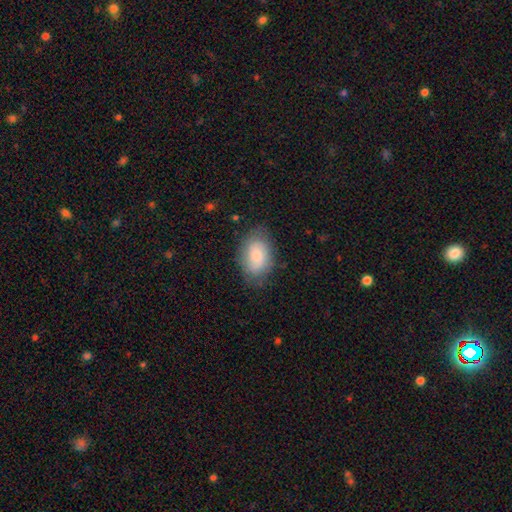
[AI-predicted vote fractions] smooth_or_featured: smooth (p=0.76) [alt: featured or disk p=0.17]
how_rounded: in between (p=0.87) [alt: round p=0.12]
merging: none (p=0.75) [alt: minor disturbance p=0.18]